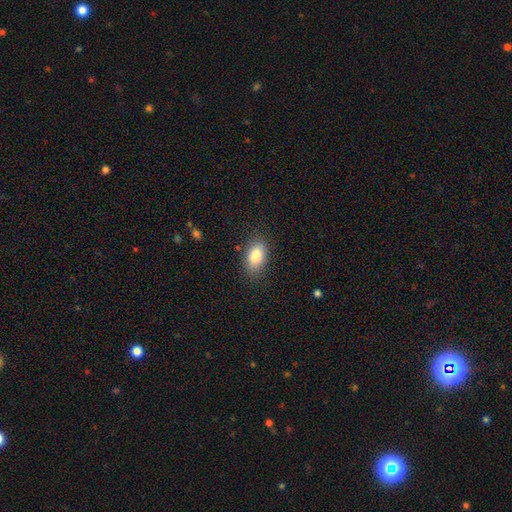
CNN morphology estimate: This appears to be a smooth galaxy with no disk features (84%) that is in between round and cigar-shaped (90%). Merging: none (83%).